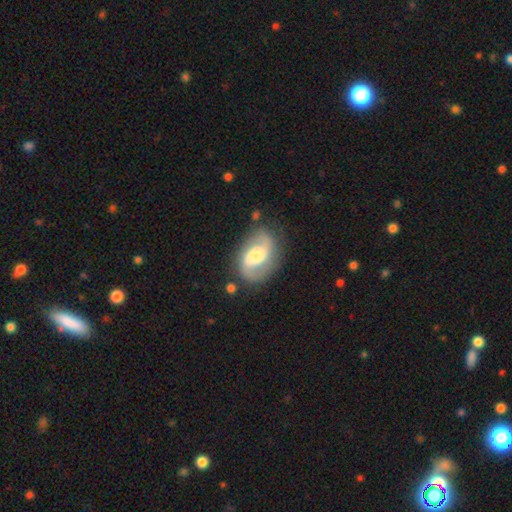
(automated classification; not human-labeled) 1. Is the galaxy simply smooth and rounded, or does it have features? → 82% featured or disk, 13% smooth, 5% star or artifact.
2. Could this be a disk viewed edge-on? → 98% no, 2% yes.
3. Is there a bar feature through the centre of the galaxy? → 47% weak, 35% no, 18% strong.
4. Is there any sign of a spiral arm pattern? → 95% yes, 5% no.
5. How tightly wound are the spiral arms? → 49% medium, 33% loose, 18% tight.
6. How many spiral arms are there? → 91% 2, 3% can't tell, 2% 1, 1% 3, 1% 4, 1% more than 4.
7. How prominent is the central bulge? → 50% moderate, 25% large, 19% small, 4% none, 3% dominant.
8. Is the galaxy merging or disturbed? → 77% none, 15% minor disturbance, 6% major disturbance, 2% merger.